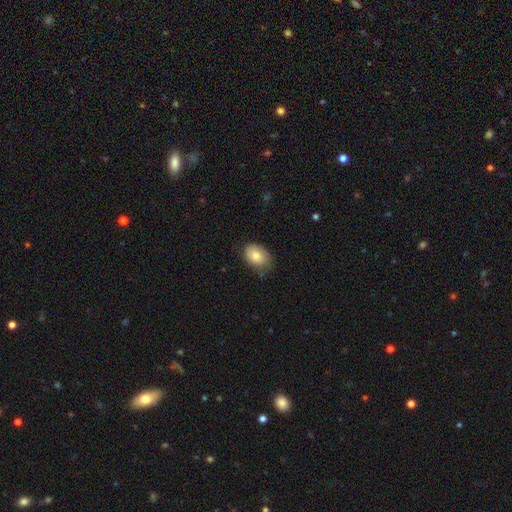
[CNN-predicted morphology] smooth_or_featured: smooth (p=0.79) [alt: featured or disk p=0.14]
how_rounded: in between (p=0.79) [alt: round p=0.20]
merging: none (p=0.70) [alt: minor disturbance p=0.24]